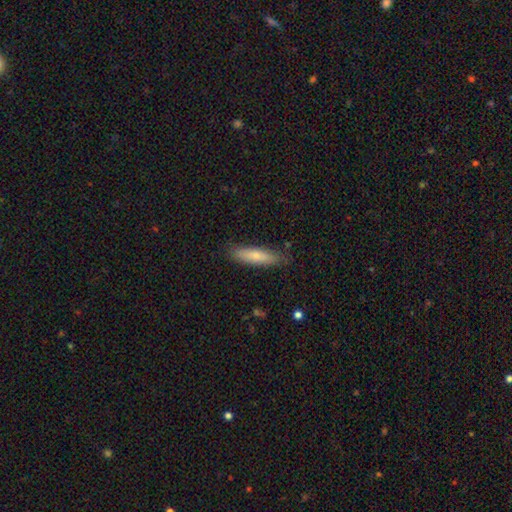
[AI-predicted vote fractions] Smooth or featured: smooth — 74% (featured or disk — 20%)
How rounded: cigar-shaped — 72% (in between — 26%)
Merging: none — 83% (minor disturbance — 14%)